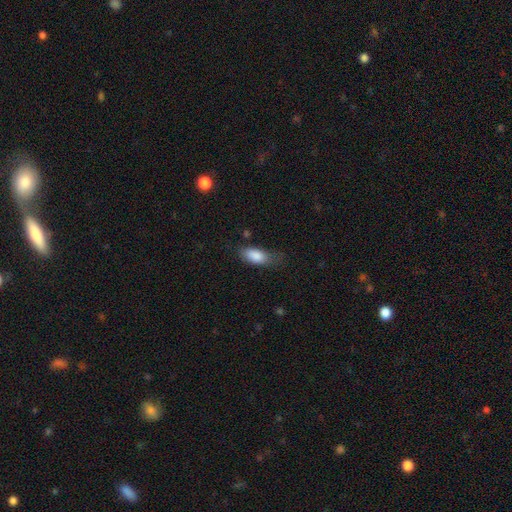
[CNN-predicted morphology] Smooth or featured? Predicted: smooth (p=0.86). How rounded? Predicted: in between (p=0.86). Merging? Predicted: none (p=0.53).